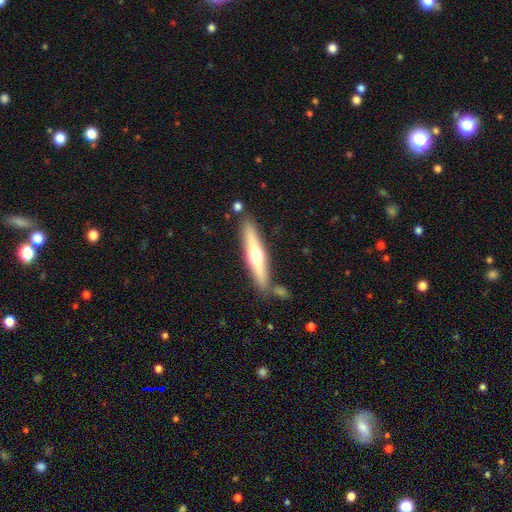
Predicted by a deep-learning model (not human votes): featured or disk 59%, smooth 36%, star or artifact 5%. Down the decision tree: edge-on disk — yes (94%); edge-on bulge — rounded (93%); merging — none (80%).